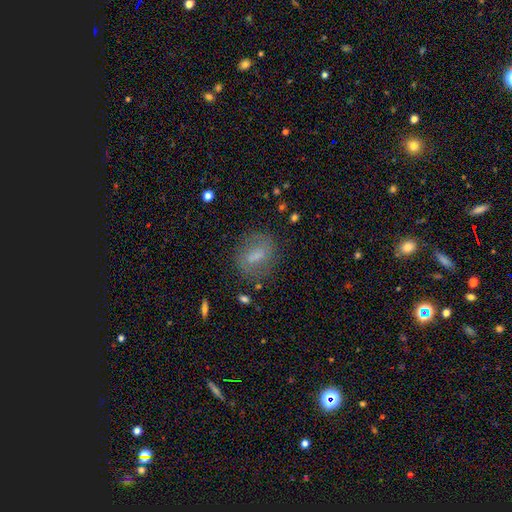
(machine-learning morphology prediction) smooth_or_featured: smooth (p=0.52) [alt: featured or disk p=0.37]
how_rounded: in between (p=0.57) [alt: round p=0.36]
merging: none (p=0.74) [alt: minor disturbance p=0.16]